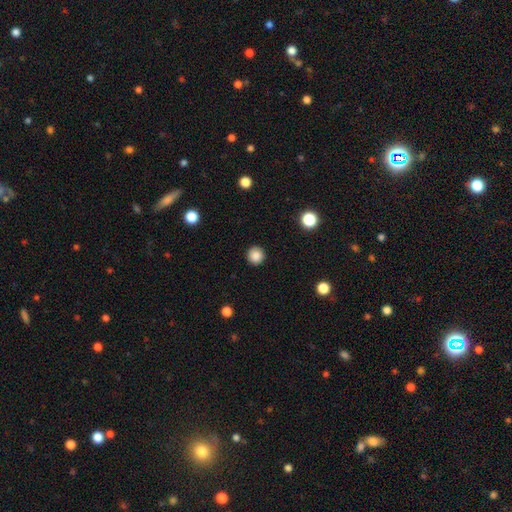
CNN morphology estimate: A smooth galaxy with no disk features (87%) that is round (94%).

Vote fractions:
- Smooth or featured? smooth: 87% / star or artifact: 10% / featured or disk: 3%
- How rounded? round: 94% / in between: 5% / cigar-shaped: 1%
- Merging? none: 91% / minor disturbance: 6% / major disturbance: 2% / merger: 1%